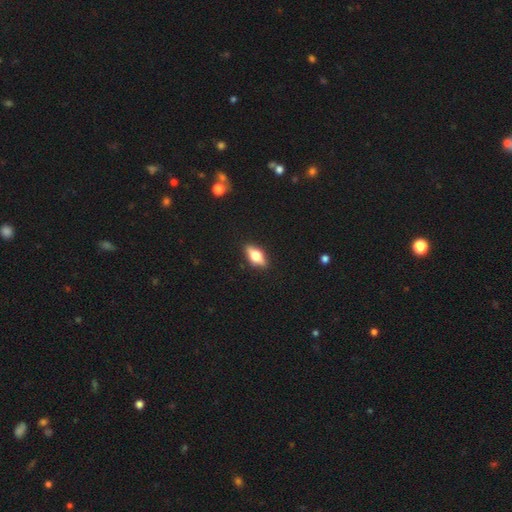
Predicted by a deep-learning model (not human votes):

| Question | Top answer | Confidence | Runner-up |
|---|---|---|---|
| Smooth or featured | smooth | 55% | featured or disk (37%) |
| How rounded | in between | 76% | cigar-shaped (18%) |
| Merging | none | 88% | minor disturbance (9%) |